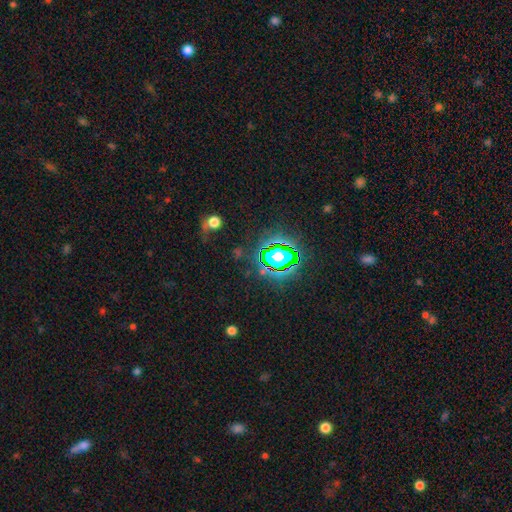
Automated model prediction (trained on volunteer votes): Smooth or featured? star or artifact (79%)